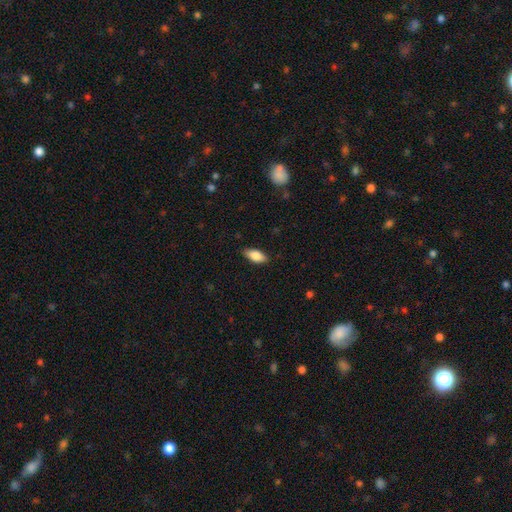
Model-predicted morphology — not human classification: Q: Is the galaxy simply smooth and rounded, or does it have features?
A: smooth — 80%.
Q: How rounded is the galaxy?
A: in between — 85%.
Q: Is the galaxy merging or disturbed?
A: none — 86%.